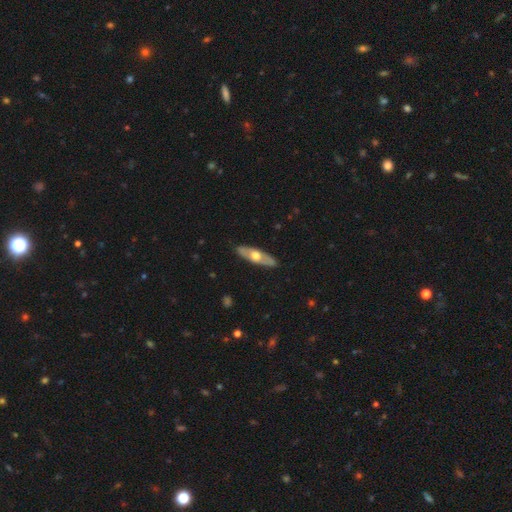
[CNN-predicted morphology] Smooth or featured: featured or disk — 53% (smooth — 42%)
Edge-on disk: yes — 53% (no — 47%)
Merging: none — 87% (minor disturbance — 10%)